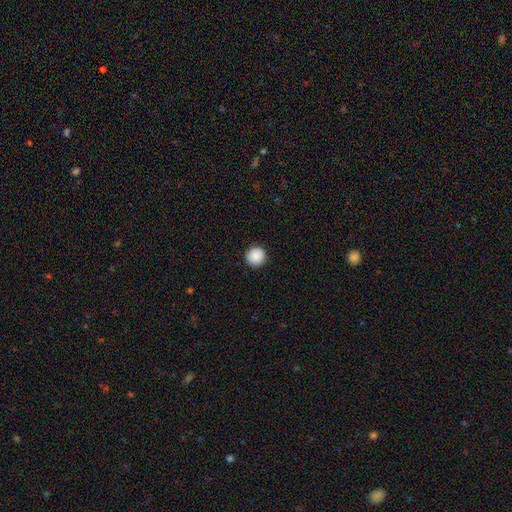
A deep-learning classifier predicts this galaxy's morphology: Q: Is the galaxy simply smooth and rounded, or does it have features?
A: smooth — 88%.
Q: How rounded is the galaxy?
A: round — 96%.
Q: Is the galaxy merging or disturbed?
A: none — 92%.